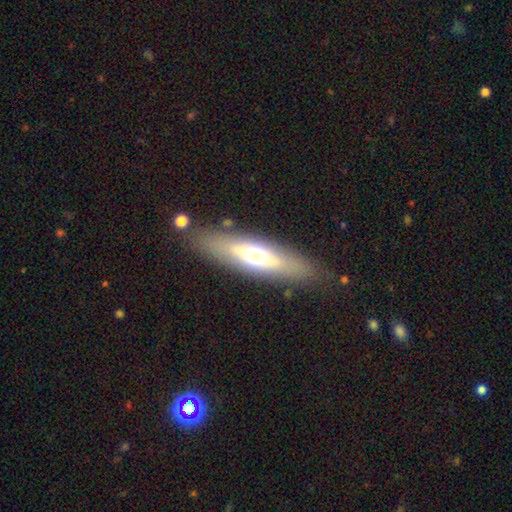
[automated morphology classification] A smooth galaxy with no disk features (51%) that is cigar-shaped (53%).

Vote fractions:
- Smooth or featured? smooth: 51% / featured or disk: 42% / star or artifact: 8%
- How rounded? cigar-shaped: 53% / in between: 44% / round: 3%
- Merging? none: 83% / minor disturbance: 10% / major disturbance: 4% / merger: 2%